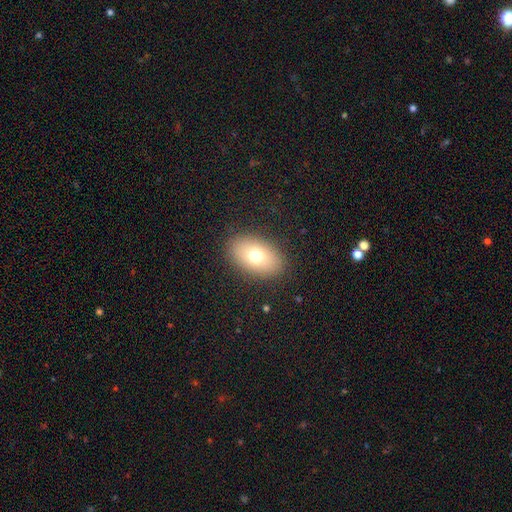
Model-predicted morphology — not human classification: This is likely a smooth galaxy (72%). How rounded: clearly in between (86%). Merging: clearly none (87%).